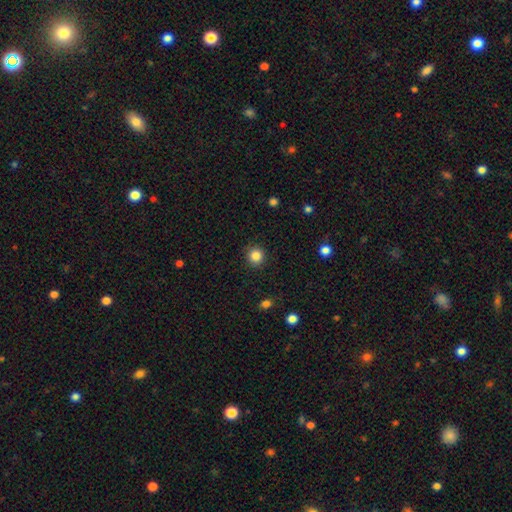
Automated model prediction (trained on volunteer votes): Smooth or featured? Predicted: smooth (p=0.85). How rounded? Predicted: round (p=0.92). Merging? Predicted: none (p=0.90).